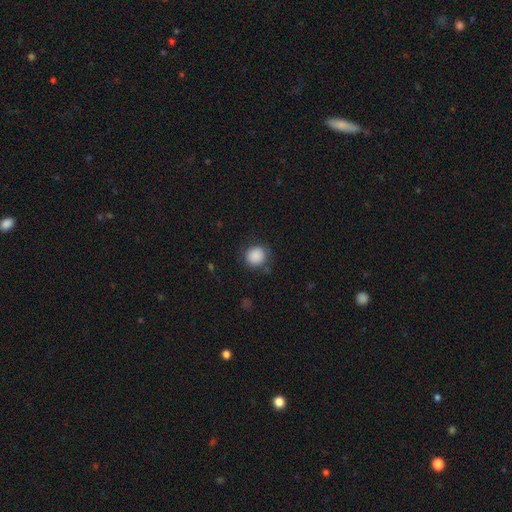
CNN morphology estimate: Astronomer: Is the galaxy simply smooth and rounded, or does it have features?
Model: smooth — 88%.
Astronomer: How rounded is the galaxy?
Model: round — 86%.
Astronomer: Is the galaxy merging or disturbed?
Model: none — 79%.